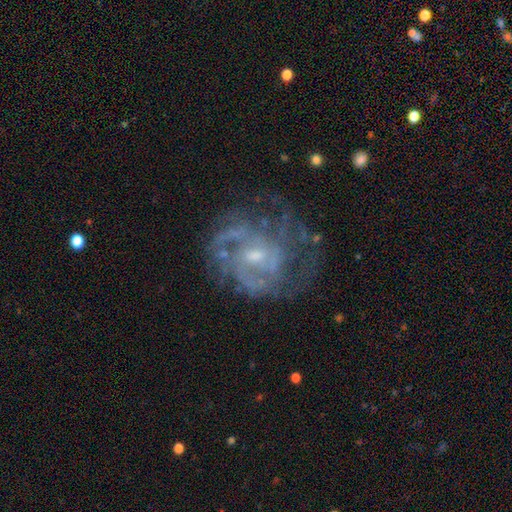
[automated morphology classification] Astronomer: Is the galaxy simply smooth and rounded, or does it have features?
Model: featured or disk — 83%.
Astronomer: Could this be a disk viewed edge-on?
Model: no — 98%.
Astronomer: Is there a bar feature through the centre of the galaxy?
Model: no — 51% (runner-up: weak, 42%).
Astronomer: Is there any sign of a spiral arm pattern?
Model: yes — 86%.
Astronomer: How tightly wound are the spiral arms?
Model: tight — 44% (runner-up: medium, 42%).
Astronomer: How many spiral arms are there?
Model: can't tell — 37% (runner-up: 2, 25%).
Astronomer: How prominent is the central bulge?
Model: small — 52% (runner-up: moderate, 39%).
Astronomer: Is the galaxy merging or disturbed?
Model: none — 58%.